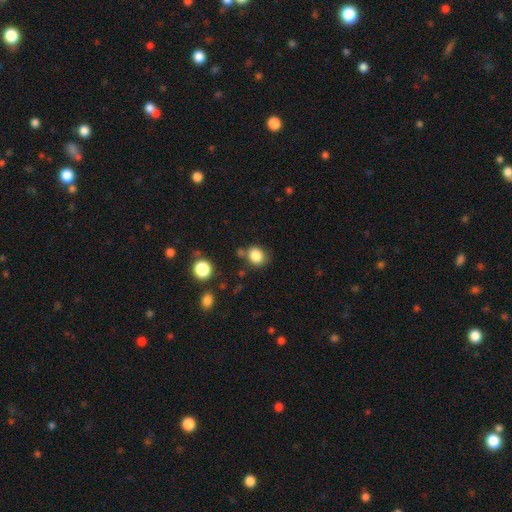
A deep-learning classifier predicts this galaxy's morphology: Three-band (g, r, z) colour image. It shows a smooth galaxy with no disk features (84%) that is round (67%). Merging: none (72%).